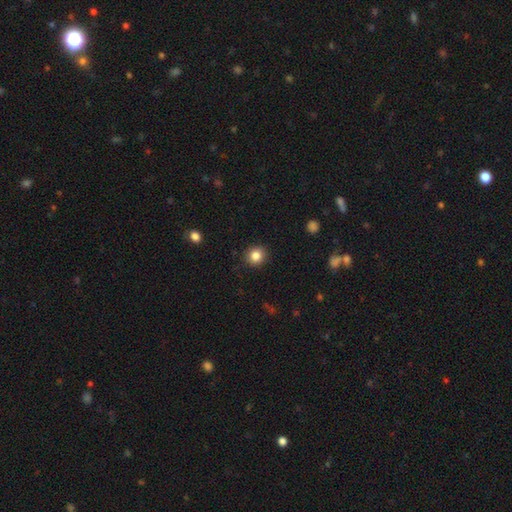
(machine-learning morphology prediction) Smooth or featured? smooth (84%)
How rounded? round (87%)
Merging? none (90%)